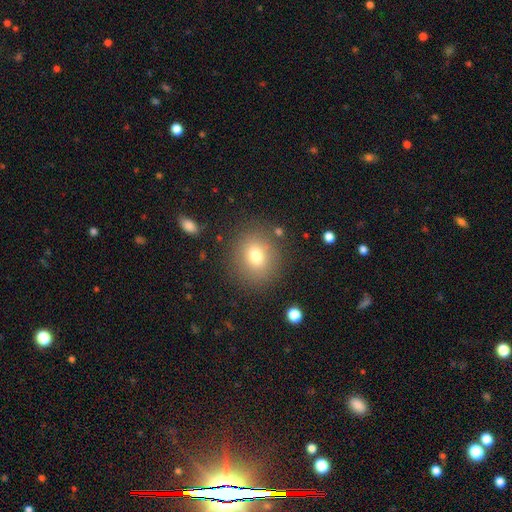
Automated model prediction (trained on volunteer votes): Overall: smooth (75%). How rounded: round (81%). Merging: none (84%).